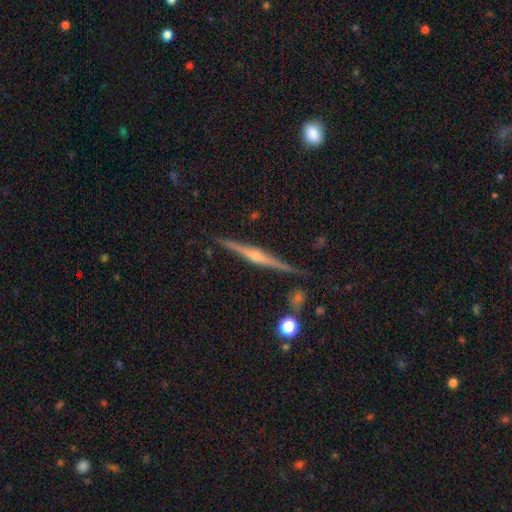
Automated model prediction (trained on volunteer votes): This appears to be a featured or disk galaxy (82%) viewed edge-on (98%) with a rounded central bulge (85%). Merging: none (88%).